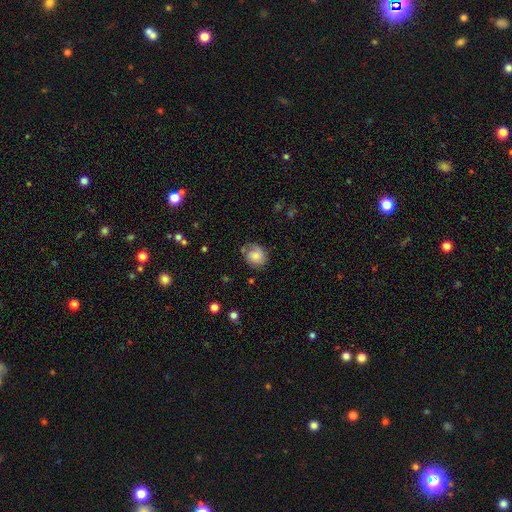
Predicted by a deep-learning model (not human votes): Smooth or featured? smooth (63%)
How rounded? round (69%)
Merging? none (65%)